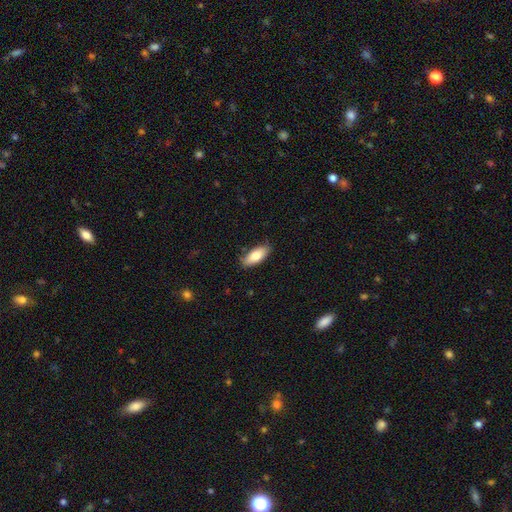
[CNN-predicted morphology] Smooth or featured?
  - smooth: 79% *
  - featured or disk: 15%
  - star or artifact: 6%
How rounded?
  - in between: 80% *
  - cigar-shaped: 18%
  - round: 2%
Merging?
  - none: 84% *
  - minor disturbance: 13%
  - major disturbance: 2%
  - merger: 1%